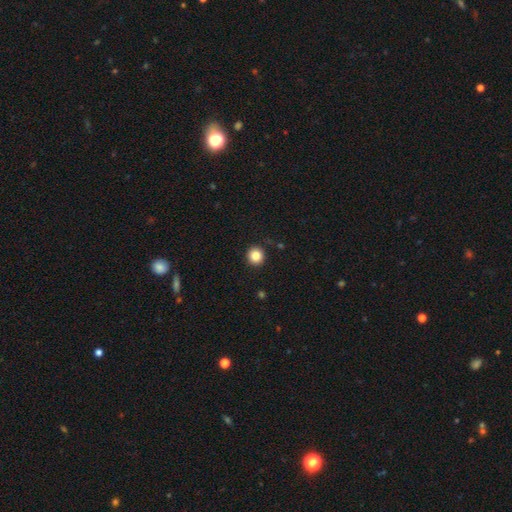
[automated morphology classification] The model was most divided on "smooth or featured": smooth: 84%, star or artifact: 10%, featured or disk: 6%. More confident: how rounded — round (93%); merging — none (92%).